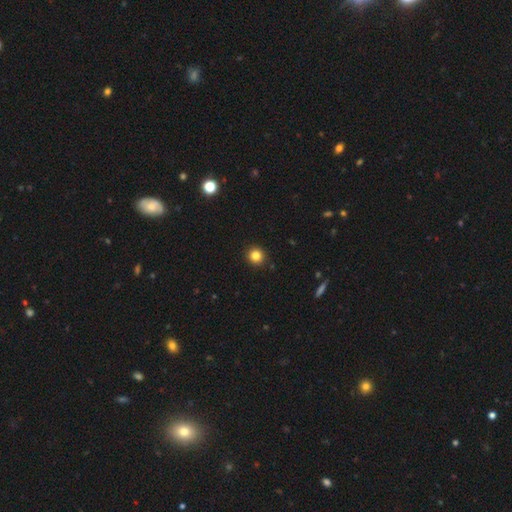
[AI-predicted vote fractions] Smooth or featured? smooth (83%)
How rounded? round (93%)
Merging? none (93%)